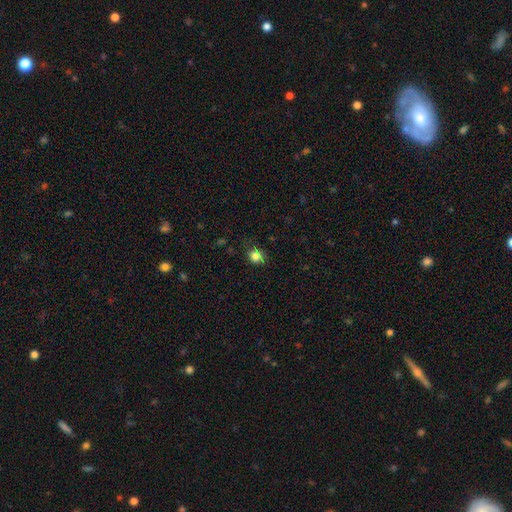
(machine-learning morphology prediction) smooth-or-featured: smooth: 81% | star or artifact: 13% | featured or disk: 6%
  how-rounded: round: 72% | in between: 27% | cigar-shaped: 1%
  merging: none: 69% | minor disturbance: 22% | major disturbance: 6% | merger: 4%